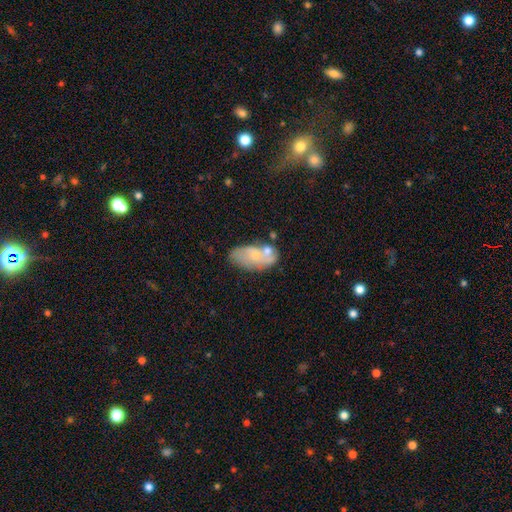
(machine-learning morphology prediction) Smooth or featured: smooth — 53% (featured or disk — 39%)
How rounded: in between — 91% (round — 5%)
Merging: none — 44% (minor disturbance — 24%)